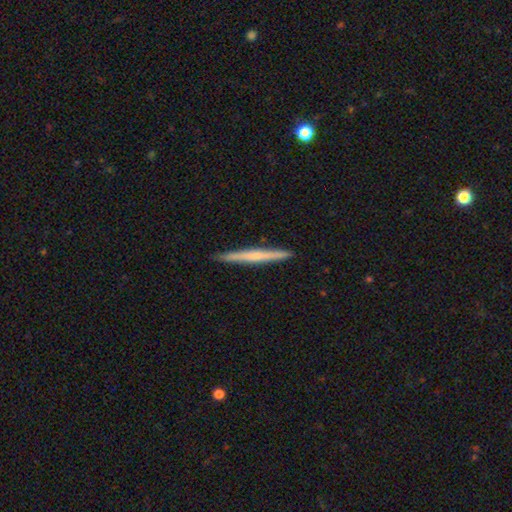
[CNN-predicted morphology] This appears to be a featured or disk galaxy (50%) viewed edge-on (98%). Merging: none (92%).